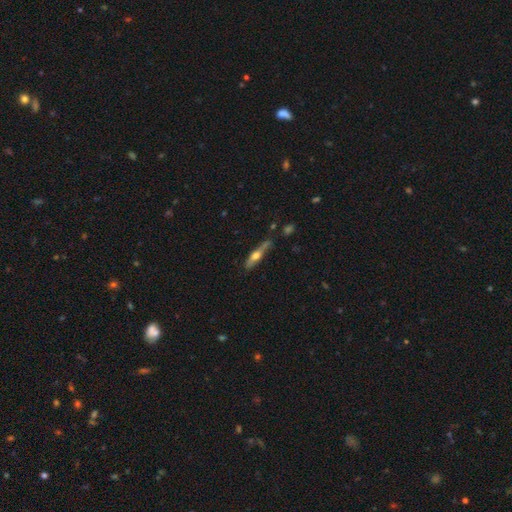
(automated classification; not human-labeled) This is possibly a featured or disk galaxy (51%). It is clearly viewed edge-on (87%). Merging: likely none (67%).